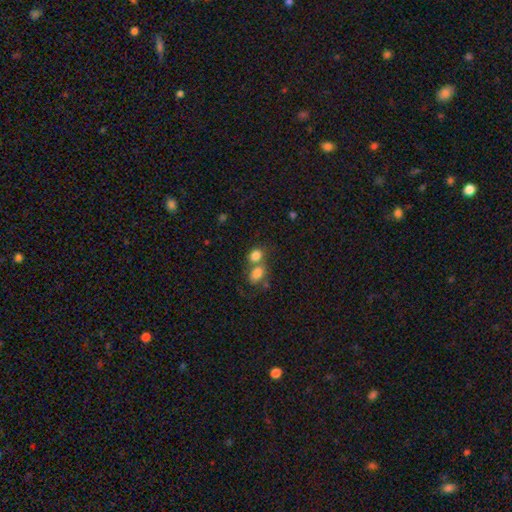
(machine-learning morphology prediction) The model was most divided on "how rounded": in between: 55%, round: 43%, cigar-shaped: 1%. More confident: smooth or featured — smooth (81%); merging — merger (54%).